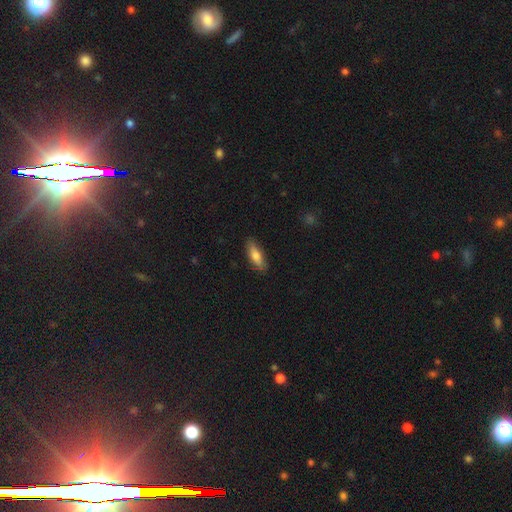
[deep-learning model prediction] This appears to be a smooth galaxy with no disk features (73%) that is in between round and cigar-shaped (59%). Merging: none (84%).